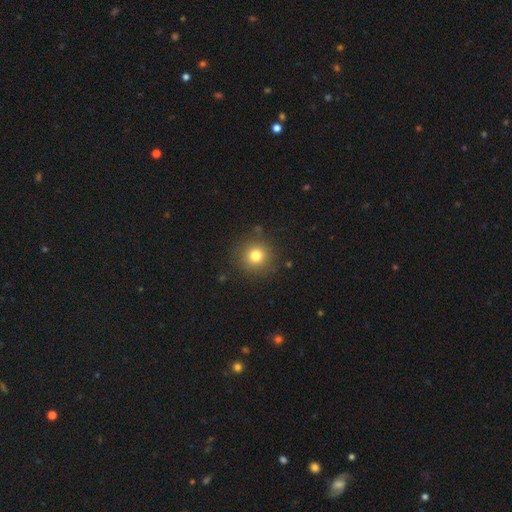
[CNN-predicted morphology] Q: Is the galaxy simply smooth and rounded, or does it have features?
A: smooth — 79%.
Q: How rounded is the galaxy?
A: round — 93%.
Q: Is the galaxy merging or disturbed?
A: none — 88%.